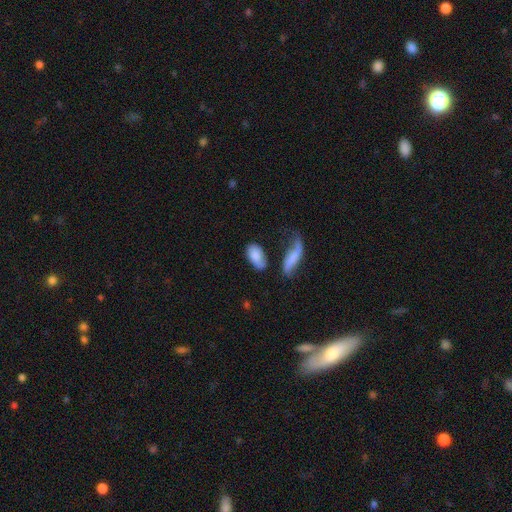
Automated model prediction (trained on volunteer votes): This appears to be a smooth galaxy with no disk features (79%) that is in between round and cigar-shaped (92%). Merging: none (42%).